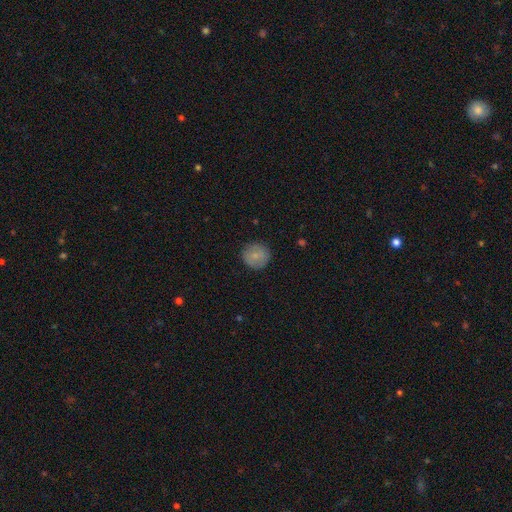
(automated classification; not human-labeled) smooth-or-featured: smooth: 77% | featured or disk: 16% | star or artifact: 8%
  how-rounded: round: 93% | in between: 6% | cigar-shaped: 1%
  merging: none: 86% | minor disturbance: 10% | major disturbance: 2% | merger: 1%